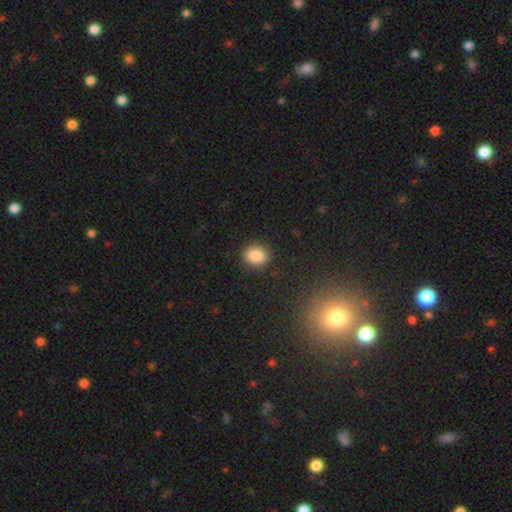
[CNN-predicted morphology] Overall: smooth (86%). How rounded: round (58%; in between 41%). Merging: none (88%).